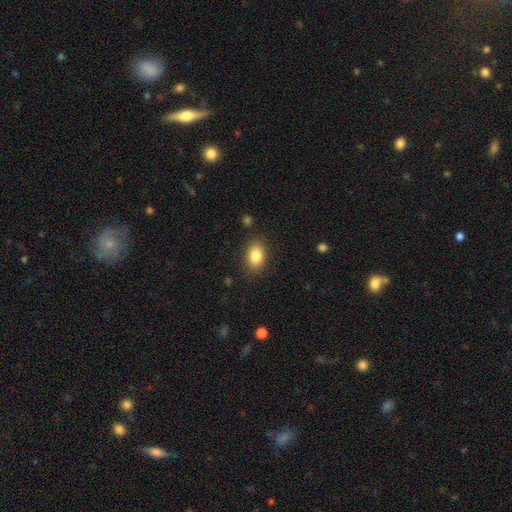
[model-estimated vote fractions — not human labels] Q: Smooth or featured?
A: smooth (84%); runner-up: star or artifact (8%)
Q: How rounded?
A: in between (85%); runner-up: round (14%)
Q: Merging?
A: none (84%); runner-up: minor disturbance (11%)